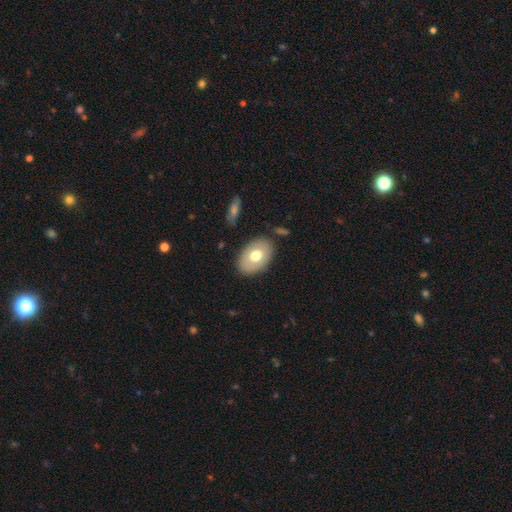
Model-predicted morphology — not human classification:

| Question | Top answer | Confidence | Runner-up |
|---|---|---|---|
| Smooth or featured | smooth | 68% | featured or disk (26%) |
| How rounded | in between | 84% | round (15%) |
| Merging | none | 84% | minor disturbance (11%) |